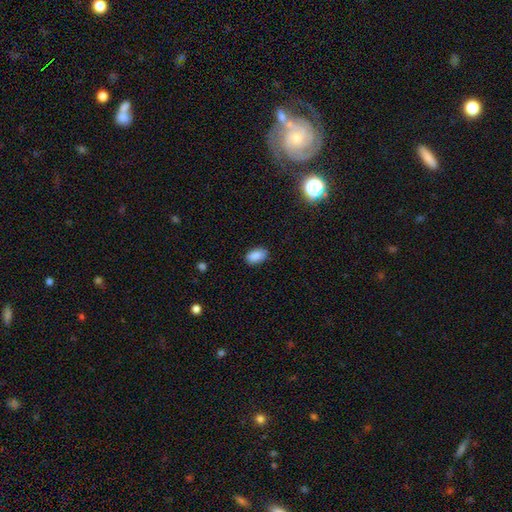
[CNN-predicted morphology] A smooth galaxy with no disk features (88%) that is in between round and cigar-shaped (91%). Merging: none (86%).